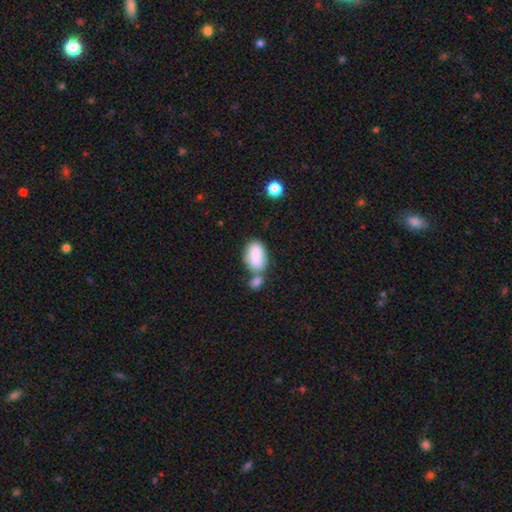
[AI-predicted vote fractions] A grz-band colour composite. It shows a smooth galaxy with no disk features (85%) that is in between round and cigar-shaped (92%). Merging: merger (39%, tied with none).